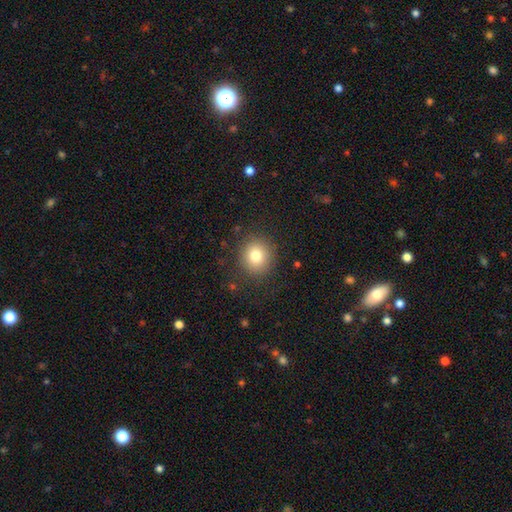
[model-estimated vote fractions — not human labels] smooth-or-featured: smooth: 80% | star or artifact: 11% | featured or disk: 9%
  how-rounded: round: 88% | in between: 11% | cigar-shaped: 1%
  merging: none: 88% | minor disturbance: 8% | major disturbance: 3% | merger: 1%